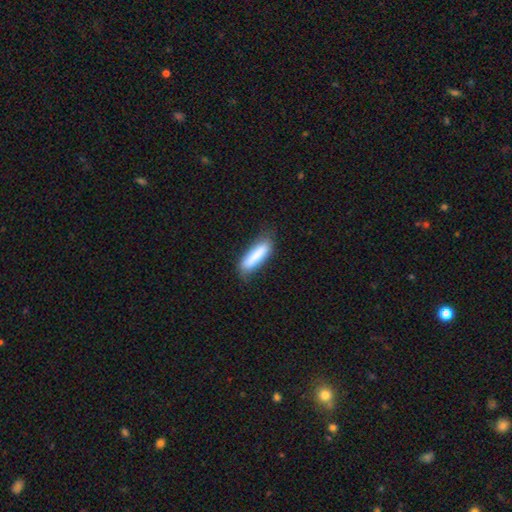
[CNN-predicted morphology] A smooth galaxy with no disk features (84%) that is cigar-shaped (66%).

Vote fractions:
- Smooth or featured? smooth: 84% / featured or disk: 10% / star or artifact: 6%
- How rounded? cigar-shaped: 66% / in between: 32% / round: 2%
- Merging? none: 75% / minor disturbance: 19% / major disturbance: 4% / merger: 2%